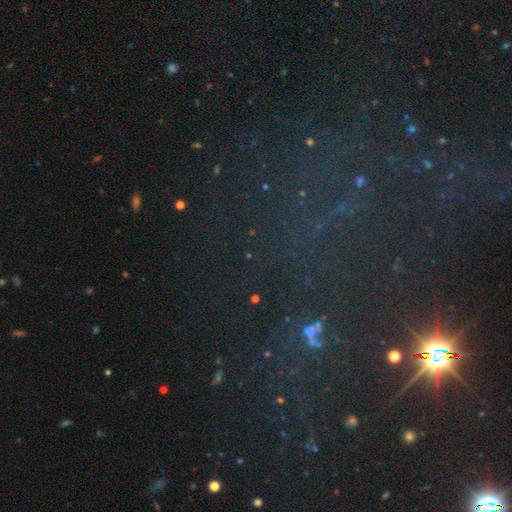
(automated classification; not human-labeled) Smooth or featured?
  - star or artifact: 71% *
  - smooth: 17%
  - featured or disk: 13%